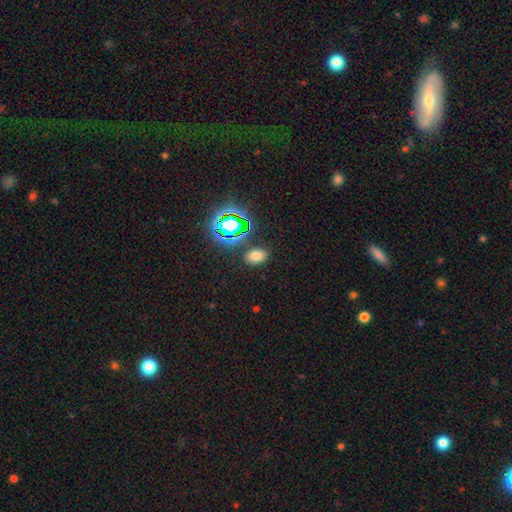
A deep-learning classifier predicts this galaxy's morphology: Smooth or featured: smooth — 68% (star or artifact — 25%)
How rounded: in between — 84% (round — 15%)
Merging: none — 85% (minor disturbance — 9%)